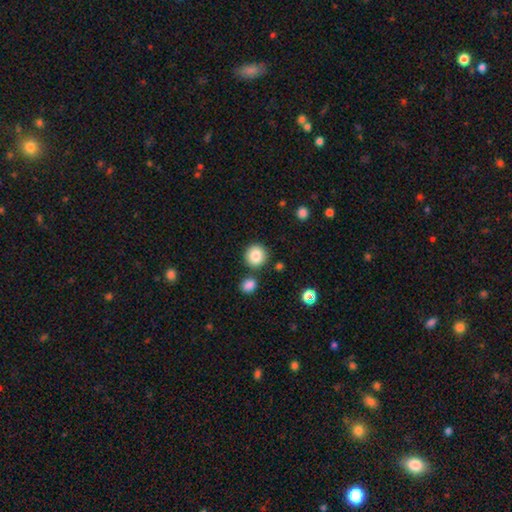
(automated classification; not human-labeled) Morphology: type=smooth (86%); roundness=round (91%); merging=none (82%).